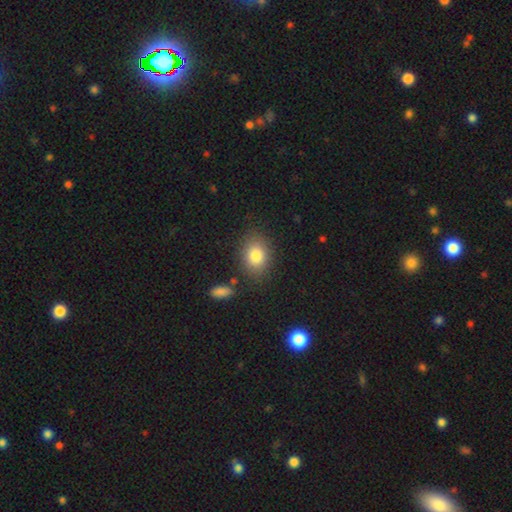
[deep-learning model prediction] A smooth galaxy with no disk features (82%) that is in between round and cigar-shaped (64%).

Vote fractions:
- Smooth or featured? smooth: 82% / star or artifact: 9% / featured or disk: 9%
- How rounded? in between: 64% / round: 35% / cigar-shaped: 1%
- Merging? none: 81% / minor disturbance: 11% / merger: 4% / major disturbance: 4%